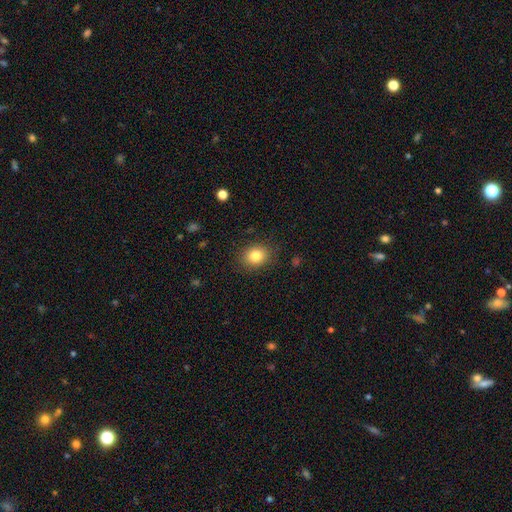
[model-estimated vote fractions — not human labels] Overall: smooth (82%). How rounded: round (59%; in between 40%). Merging: none (86%).